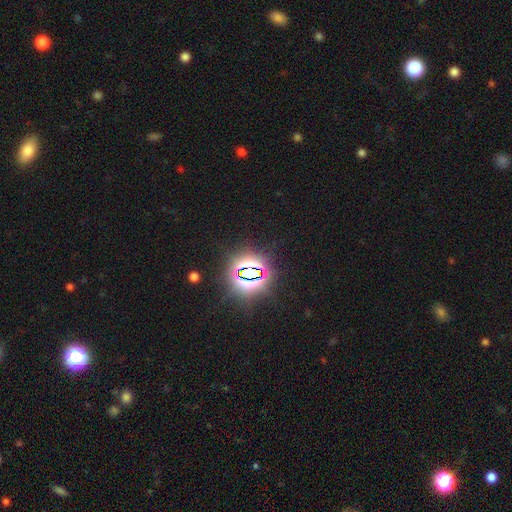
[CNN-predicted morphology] type=star or artifact (82%).